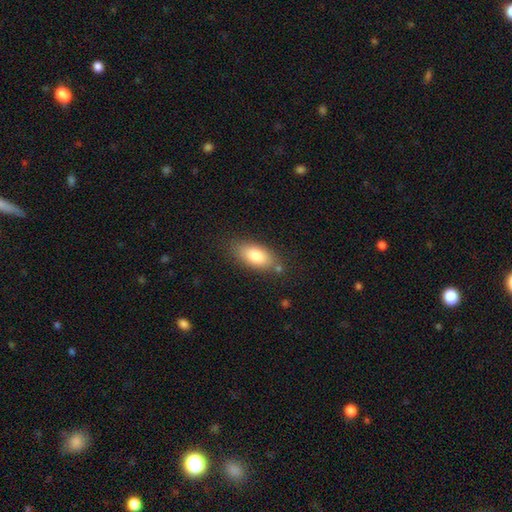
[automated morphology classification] smooth 81%, featured or disk 12%, star or artifact 7%. Down the decision tree: how rounded — in between (89%); merging — none (76%).